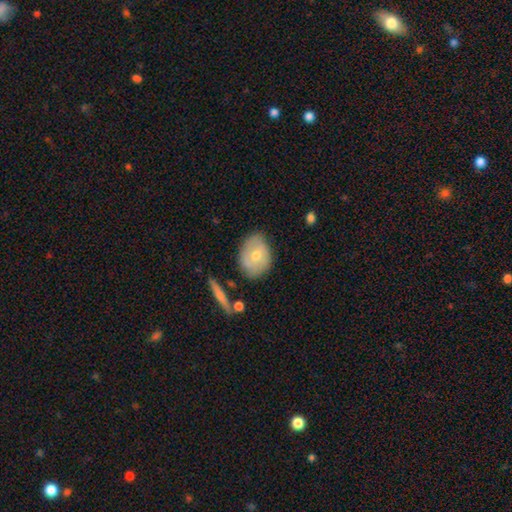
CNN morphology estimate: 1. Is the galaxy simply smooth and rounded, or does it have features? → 62% smooth, 31% featured or disk, 6% star or artifact.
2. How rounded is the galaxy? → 66% in between, 33% round, 1% cigar-shaped.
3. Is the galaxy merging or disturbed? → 73% none, 20% minor disturbance, 4% major disturbance, 3% merger.